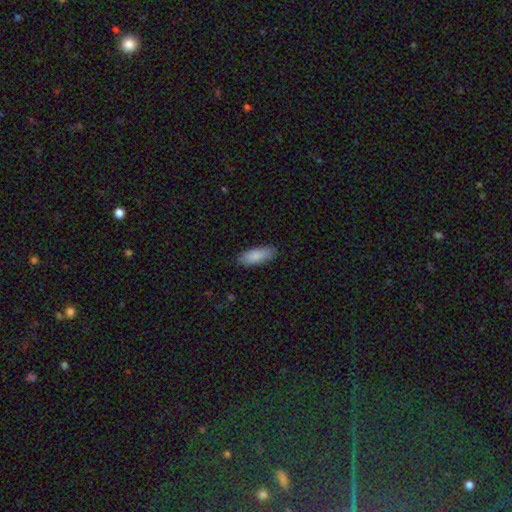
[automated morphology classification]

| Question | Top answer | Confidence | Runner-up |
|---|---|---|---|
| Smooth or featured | smooth | 87% | featured or disk (7%) |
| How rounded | in between | 68% | cigar-shaped (30%) |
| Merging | none | 86% | minor disturbance (11%) |